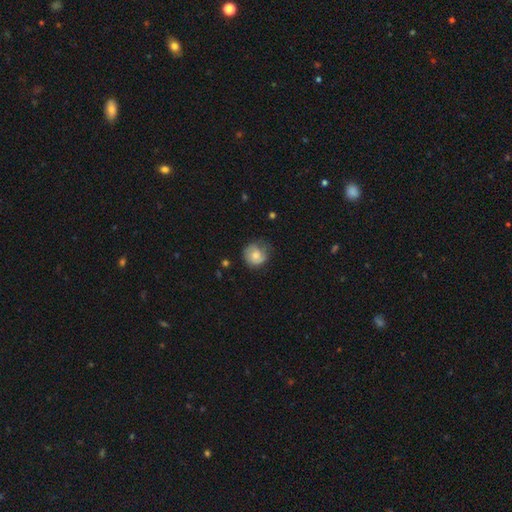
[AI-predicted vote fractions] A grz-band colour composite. It shows a smooth galaxy with no disk features (68%) that is round (85%). Merging: none (61%).